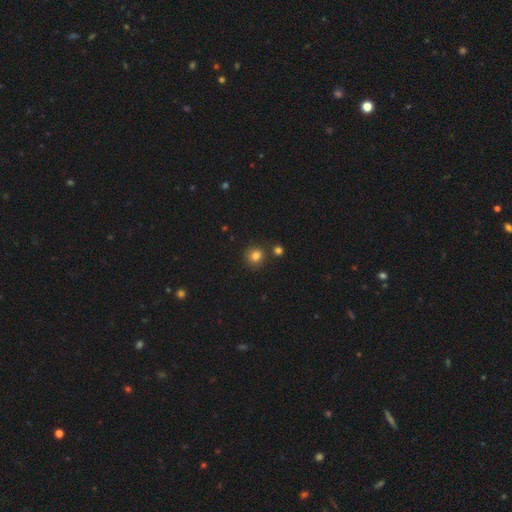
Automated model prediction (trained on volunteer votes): This is clearly a smooth galaxy (82%). How rounded: clearly round (91%). Merging: clearly none (80%).